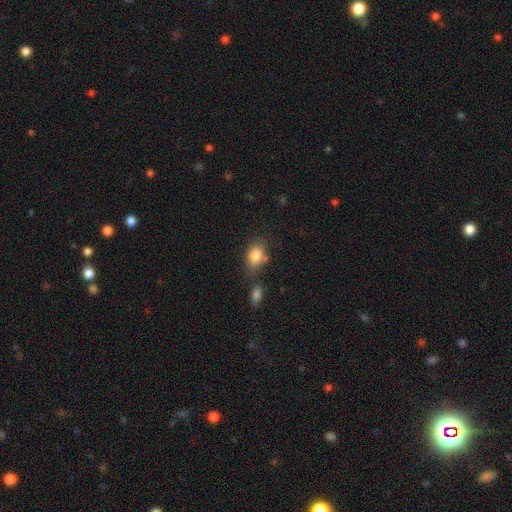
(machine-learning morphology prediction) smooth-or-featured: smooth: 83% | star or artifact: 9% | featured or disk: 8%
  how-rounded: in between: 72% | round: 26% | cigar-shaped: 2%
  merging: none: 61% | minor disturbance: 17% | merger: 17% | major disturbance: 5%